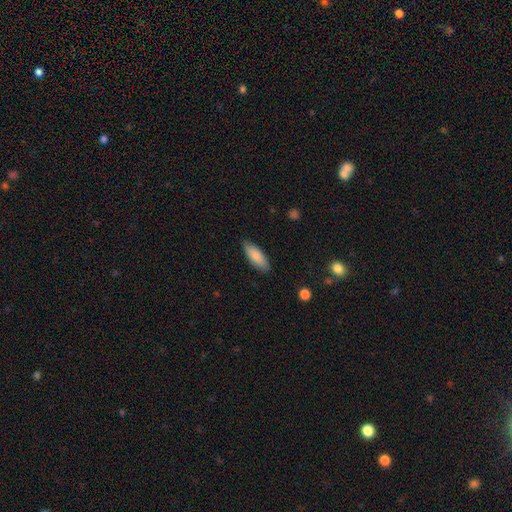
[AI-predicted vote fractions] Q: Smooth or featured?
A: smooth (85%); runner-up: featured or disk (9%)
Q: How rounded?
A: in between (70%); runner-up: cigar-shaped (28%)
Q: Merging?
A: none (85%); runner-up: minor disturbance (12%)